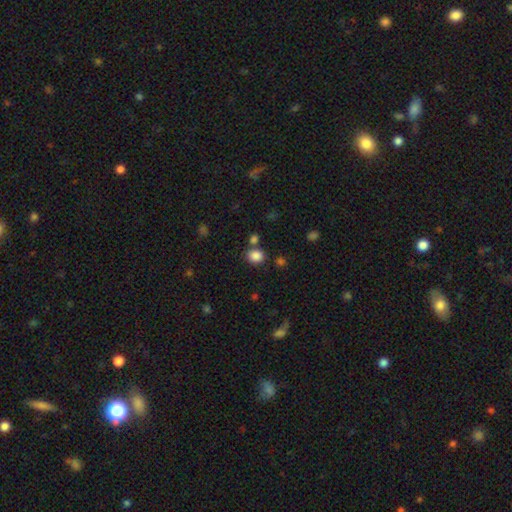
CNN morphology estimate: Overall: smooth (85%). How rounded: round (62%; in between 37%). Merging: none (73%).